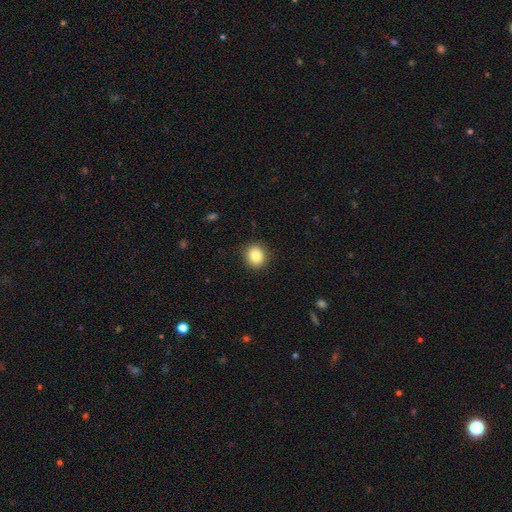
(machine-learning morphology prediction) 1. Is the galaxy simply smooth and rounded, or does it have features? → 85% smooth, 9% star or artifact, 6% featured or disk.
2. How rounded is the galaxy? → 82% round, 17% in between, 1% cigar-shaped.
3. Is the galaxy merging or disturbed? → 89% none, 7% minor disturbance, 2% major disturbance, 1% merger.